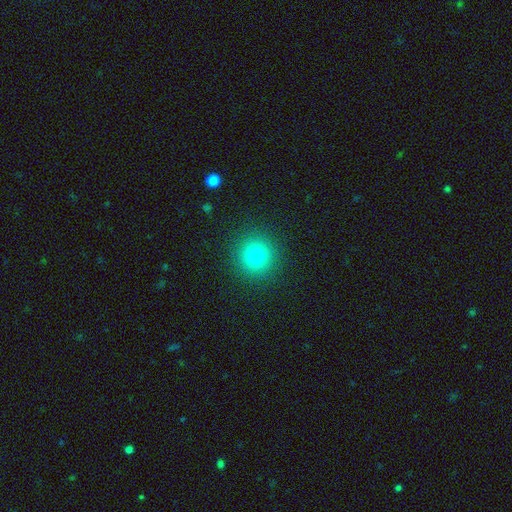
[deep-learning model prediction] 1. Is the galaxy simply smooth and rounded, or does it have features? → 79% smooth, 14% star or artifact, 7% featured or disk.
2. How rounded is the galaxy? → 92% round, 7% in between, 1% cigar-shaped.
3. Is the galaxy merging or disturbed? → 90% none, 6% minor disturbance, 3% major disturbance, 1% merger.